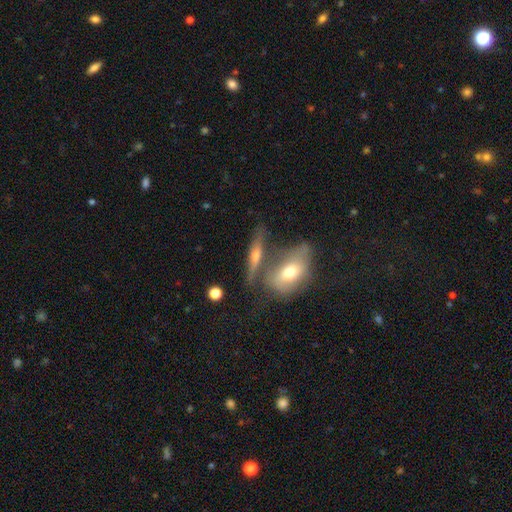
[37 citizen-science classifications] Smooth or featured?
  - featured or disk: 62% *
  - smooth: 27%
  - star or artifact: 11%
Edge-on disk?
  - yes: 87% *
  - no: 13%
Edge-on bulge?
  - rounded: 85% *
  - none: 10%
  - boxy: 5%
Merging?
  - merger: 55% *
  - none: 33%
  - major disturbance: 9%
  - minor disturbance: 3%